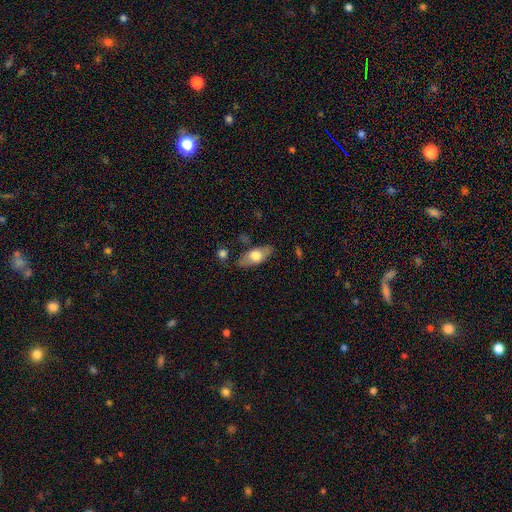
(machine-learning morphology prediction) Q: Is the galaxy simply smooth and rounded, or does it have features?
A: smooth — 60%.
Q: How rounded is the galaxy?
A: in between — 78%.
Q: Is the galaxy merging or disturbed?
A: none — 79%.